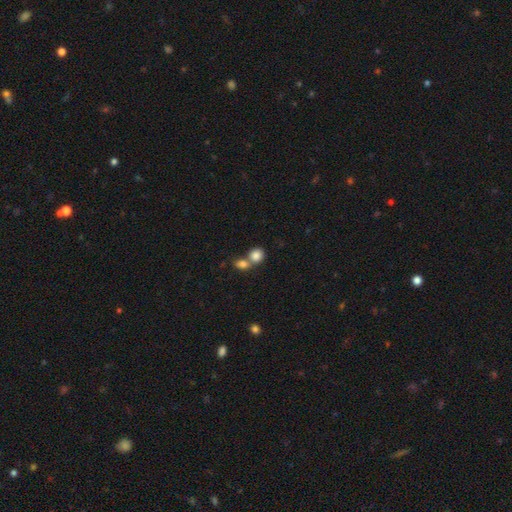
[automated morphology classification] This is clearly a smooth galaxy (83%). How rounded: likely round (75%). Merging: possibly merger (55%).